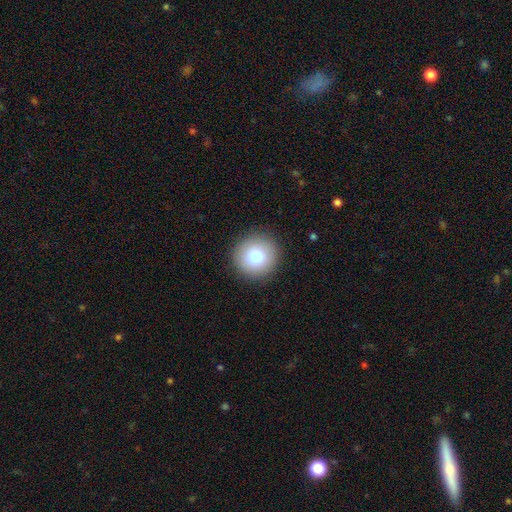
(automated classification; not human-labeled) Smooth or featured?
  - smooth: 79% *
  - featured or disk: 11%
  - star or artifact: 10%
How rounded?
  - round: 94% *
  - in between: 5%
  - cigar-shaped: 1%
Merging?
  - none: 91% *
  - minor disturbance: 6%
  - major disturbance: 2%
  - merger: 1%